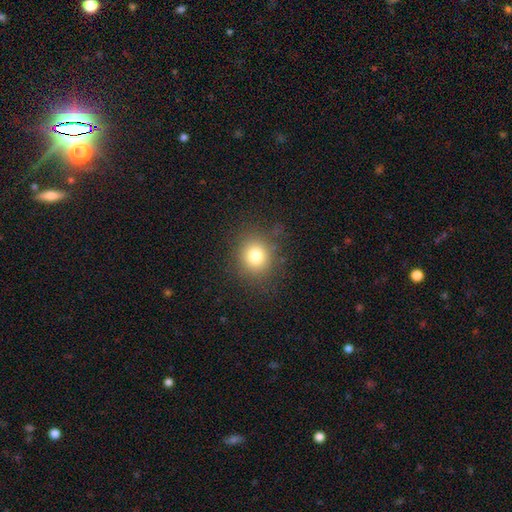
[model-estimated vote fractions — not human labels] Smooth or featured? smooth (77%)
How rounded? round (81%)
Merging? none (86%)